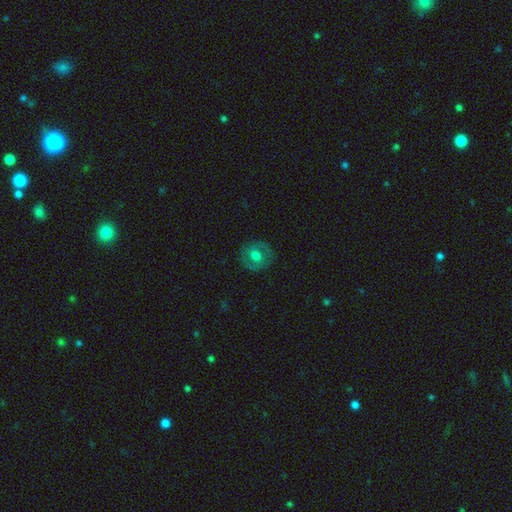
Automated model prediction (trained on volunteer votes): This appears to be a smooth galaxy with no disk features (53%) that is round (86%). Merging: none (85%).